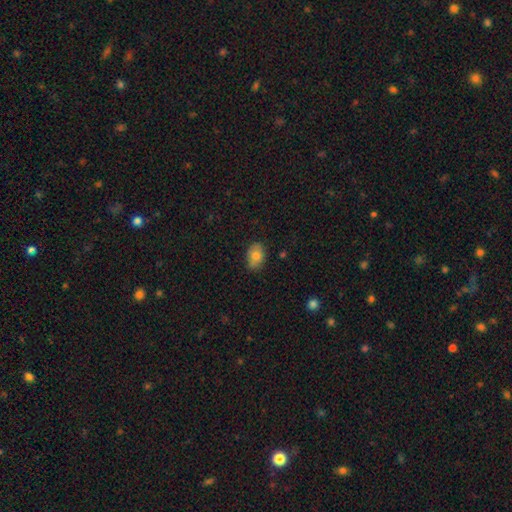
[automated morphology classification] Smooth or featured? smooth (80%)
How rounded? in between (82%)
Merging? none (83%)